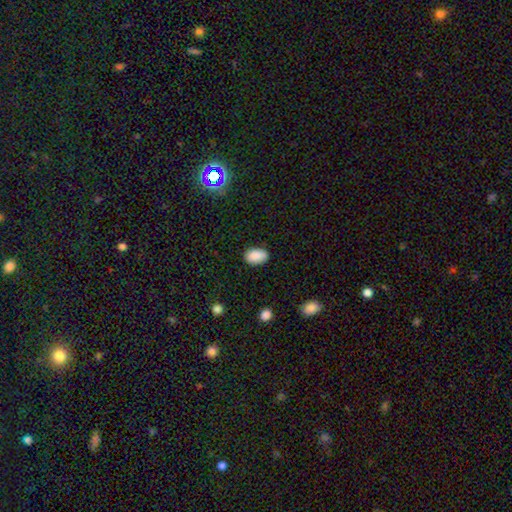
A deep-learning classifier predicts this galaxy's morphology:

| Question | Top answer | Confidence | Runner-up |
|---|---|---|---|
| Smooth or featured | smooth | 88% | star or artifact (8%) |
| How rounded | in between | 89% | round (9%) |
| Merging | none | 82% | minor disturbance (14%) |